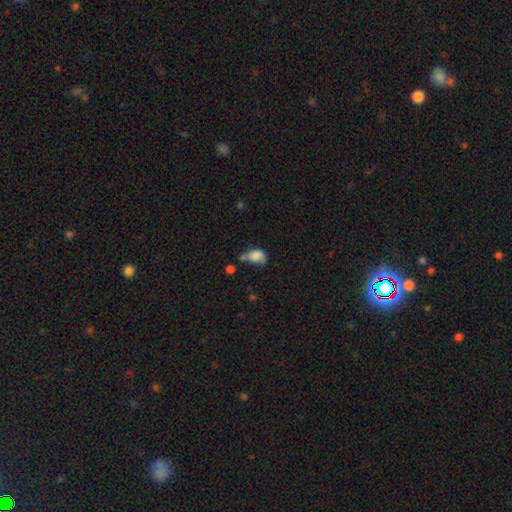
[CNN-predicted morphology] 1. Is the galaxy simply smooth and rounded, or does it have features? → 75% smooth, 15% featured or disk, 10% star or artifact.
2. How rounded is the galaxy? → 81% in between, 17% round, 2% cigar-shaped.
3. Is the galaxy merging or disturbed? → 29% minor disturbance, 25% none, 23% merger, 23% major disturbance.